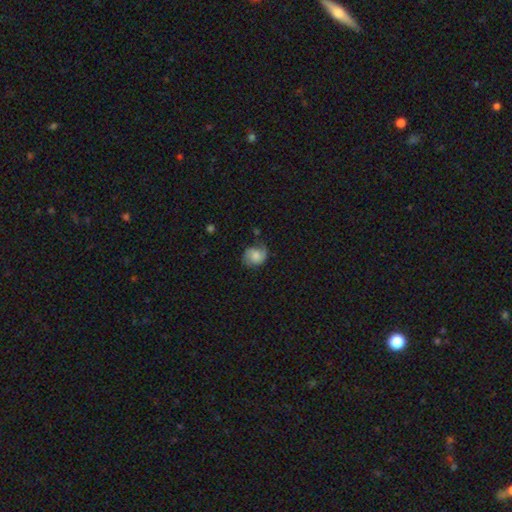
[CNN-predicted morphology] This is possibly a featured or disk galaxy (49%). Merging: possibly none (60%).